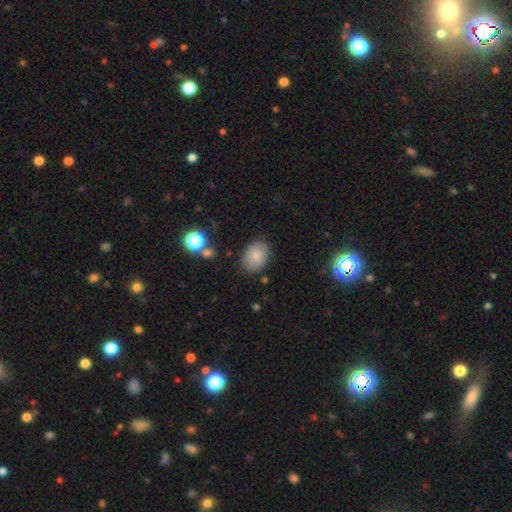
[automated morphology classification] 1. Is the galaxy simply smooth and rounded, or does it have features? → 83% smooth, 9% star or artifact, 8% featured or disk.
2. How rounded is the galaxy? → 73% in between, 26% round, 1% cigar-shaped.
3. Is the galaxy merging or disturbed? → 83% none, 12% minor disturbance, 3% major disturbance, 2% merger.